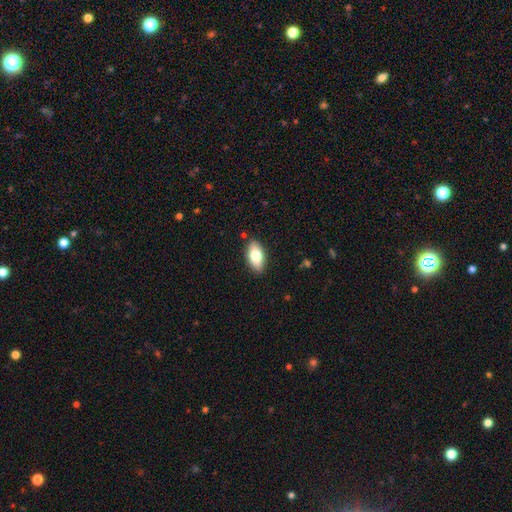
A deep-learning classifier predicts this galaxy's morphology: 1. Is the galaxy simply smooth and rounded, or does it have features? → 77% smooth, 17% featured or disk, 7% star or artifact.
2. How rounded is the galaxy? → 92% in between, 5% cigar-shaped, 3% round.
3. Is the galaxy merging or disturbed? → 87% none, 9% minor disturbance, 2% major disturbance, 1% merger.